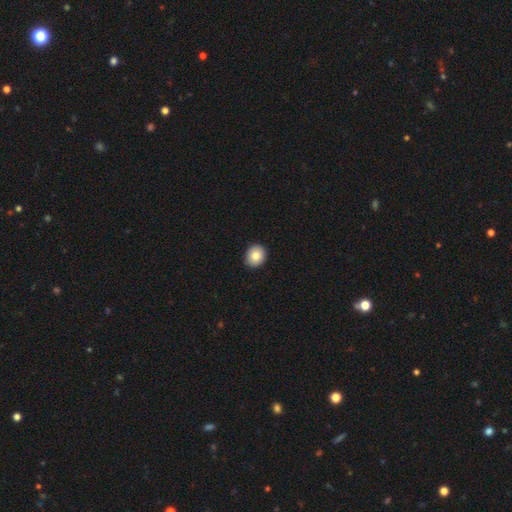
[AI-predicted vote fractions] Morphology: type=smooth (82%); roundness=round (75%); merging=none (92%).